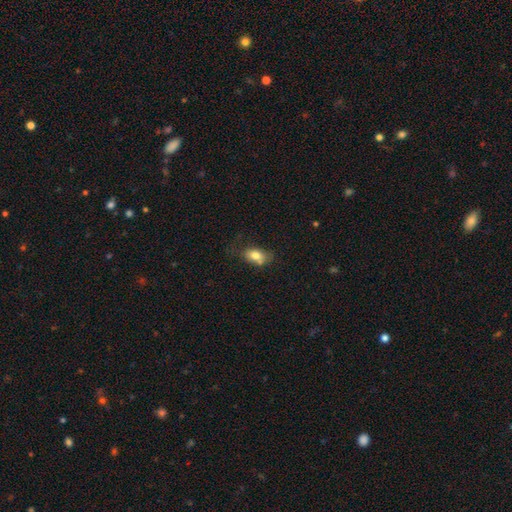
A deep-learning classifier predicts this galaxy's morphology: This is likely a smooth galaxy (78%). How rounded: clearly in between (87%). Merging: possibly none (50%).